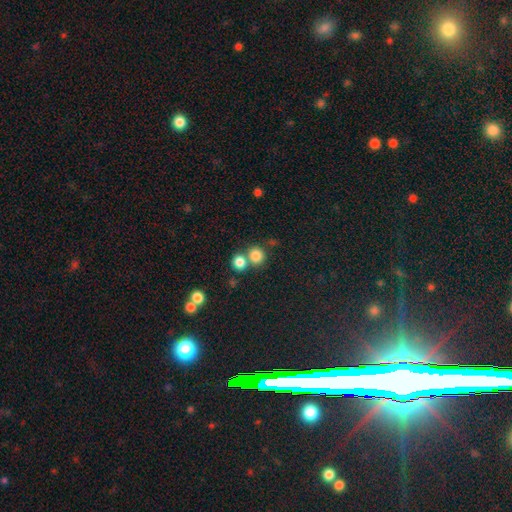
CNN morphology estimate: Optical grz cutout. It shows a smooth galaxy with no disk features (82%) that is round (86%). Merging: none (57%).